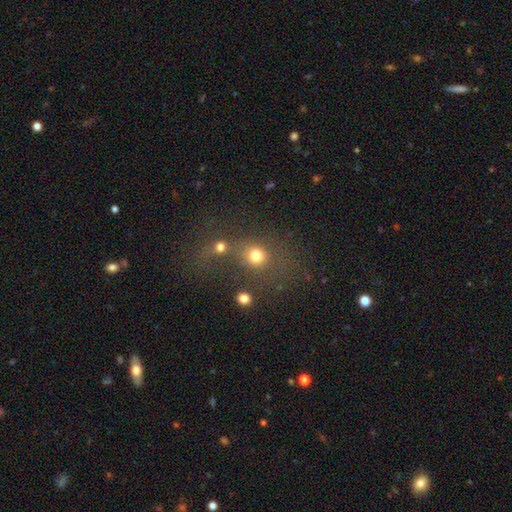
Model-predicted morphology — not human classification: Smooth or featured?
  - smooth: 72% *
  - star or artifact: 19%
  - featured or disk: 9%
How rounded?
  - round: 81% *
  - in between: 18%
  - cigar-shaped: 2%
Merging?
  - none: 50% *
  - merger: 31%
  - minor disturbance: 10%
  - major disturbance: 9%